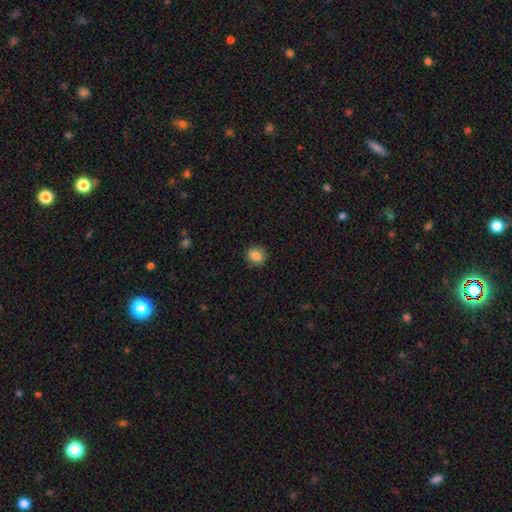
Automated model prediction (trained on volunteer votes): A smooth galaxy with no disk features (85%) that is round (72%).

Vote fractions:
- Smooth or featured? smooth: 85% / star or artifact: 10% / featured or disk: 6%
- How rounded? round: 72% / in between: 27% / cigar-shaped: 1%
- Merging? none: 87% / minor disturbance: 9% / major disturbance: 2% / merger: 1%